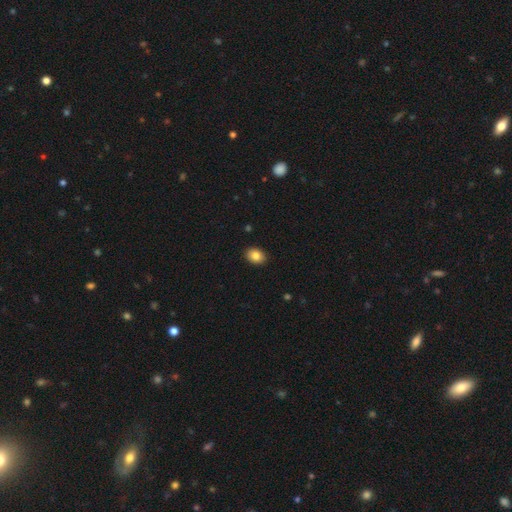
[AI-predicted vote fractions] Smooth or featured?
  - smooth: 84% *
  - star or artifact: 8%
  - featured or disk: 8%
How rounded?
  - in between: 73% *
  - round: 26%
  - cigar-shaped: 1%
Merging?
  - none: 90% *
  - minor disturbance: 7%
  - major disturbance: 2%
  - merger: 1%